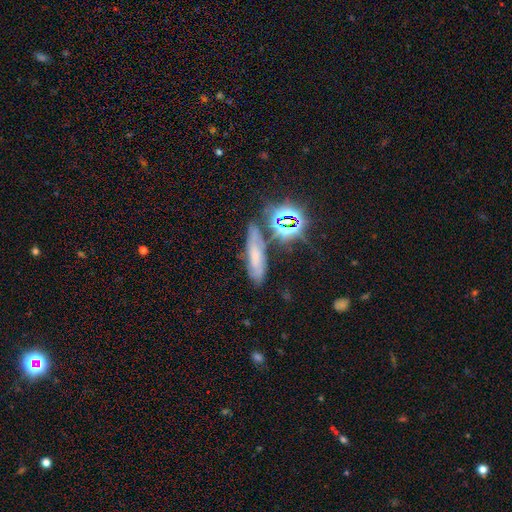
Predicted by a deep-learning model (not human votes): Smooth or featured?
  - smooth: 41% *
  - star or artifact: 32%
  - featured or disk: 27%
Merging?
  - none: 68% *
  - minor disturbance: 18%
  - merger: 9%
  - major disturbance: 6%